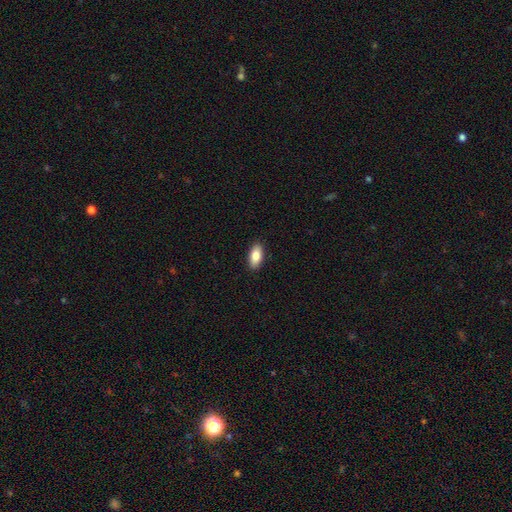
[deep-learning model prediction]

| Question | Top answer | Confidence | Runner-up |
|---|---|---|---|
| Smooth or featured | smooth | 85% | featured or disk (8%) |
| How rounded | in between | 90% | cigar-shaped (7%) |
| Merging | none | 90% | minor disturbance (7%) |